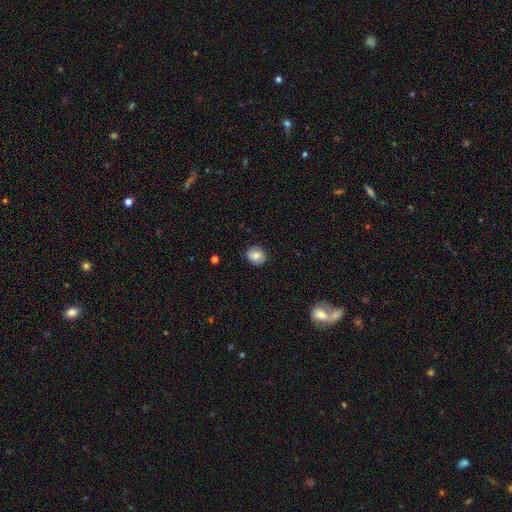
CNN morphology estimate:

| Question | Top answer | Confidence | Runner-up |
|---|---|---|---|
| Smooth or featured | smooth | 65% | featured or disk (26%) |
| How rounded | round | 74% | in between (25%) |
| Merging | none | 85% | minor disturbance (11%) |